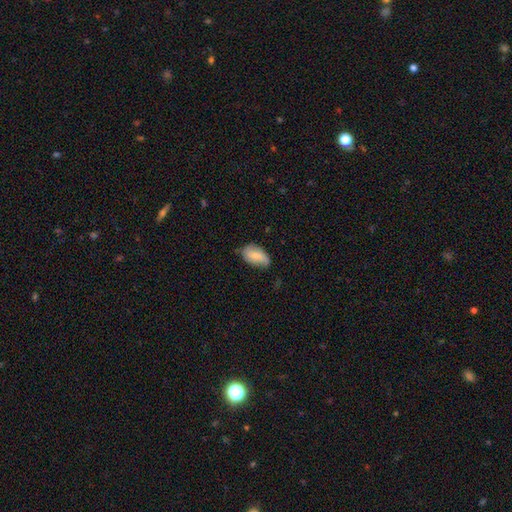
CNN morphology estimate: A smooth galaxy with no disk features (61%) that is in between round and cigar-shaped (92%). Merging: none (61%).